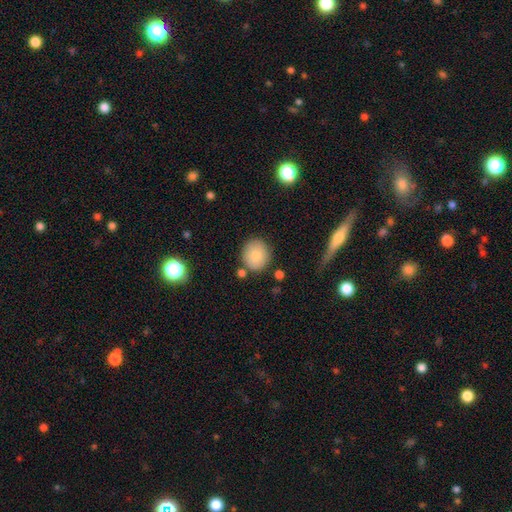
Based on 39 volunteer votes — This appears to be a smooth galaxy with no disk features (82%) that is round (88%). Merging: none (85%).